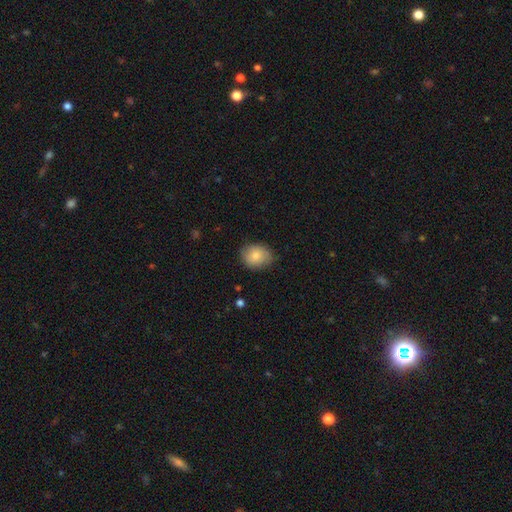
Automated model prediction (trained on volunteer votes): Overall: smooth (80%). How rounded: round (53%; in between 47%). Merging: none (77%).